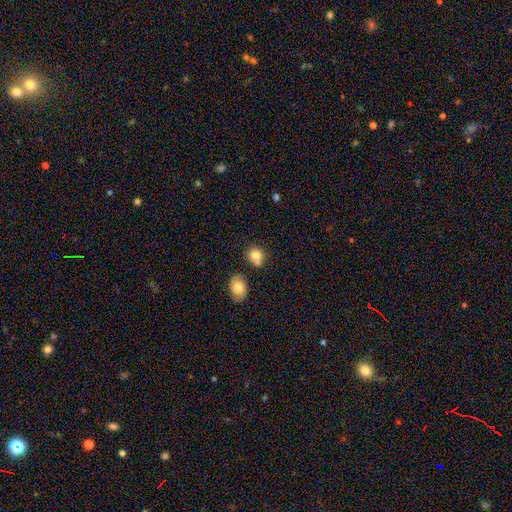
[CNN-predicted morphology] Overall: smooth (81%). How rounded: round (75%). Merging: none (61%; merger 22%).